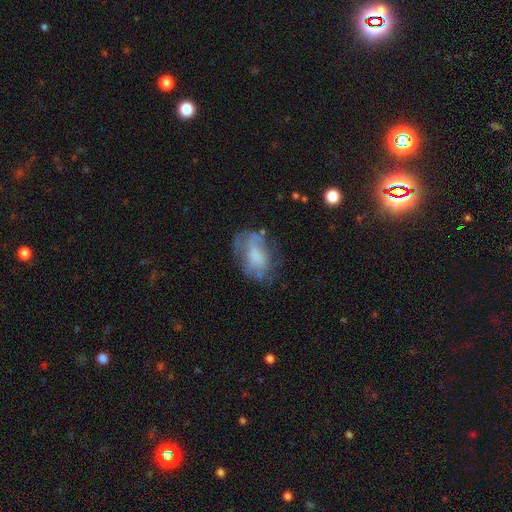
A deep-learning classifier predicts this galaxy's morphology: This appears to be a smooth galaxy with no disk features (47%). Merging: none (49%).